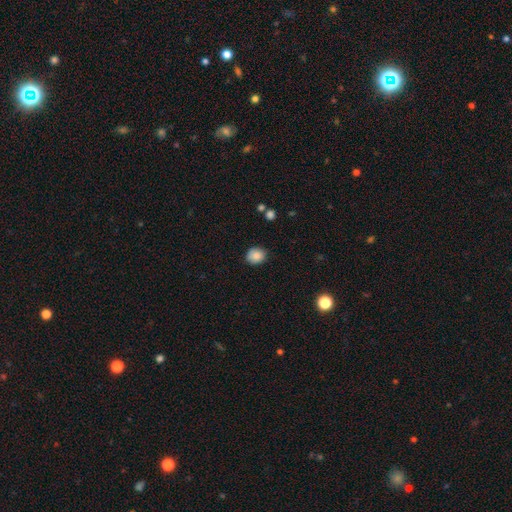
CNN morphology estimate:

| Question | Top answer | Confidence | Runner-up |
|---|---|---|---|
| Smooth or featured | smooth | 87% | star or artifact (9%) |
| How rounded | round | 68% | in between (31%) |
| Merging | none | 79% | minor disturbance (16%) |